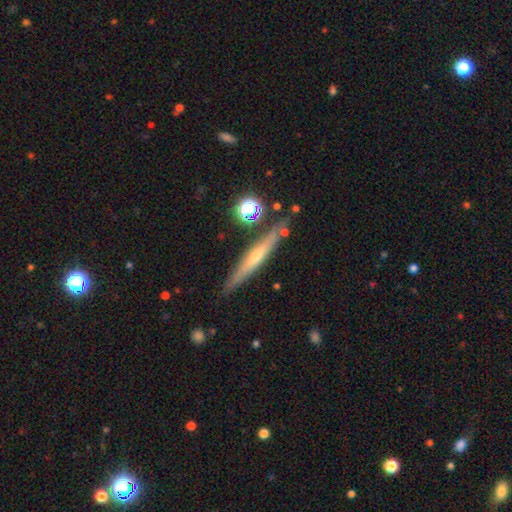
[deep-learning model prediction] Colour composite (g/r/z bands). It shows a featured or disk galaxy (63%) viewed edge-on (94%) with a rounded central bulge (70%). Merging: none (83%).